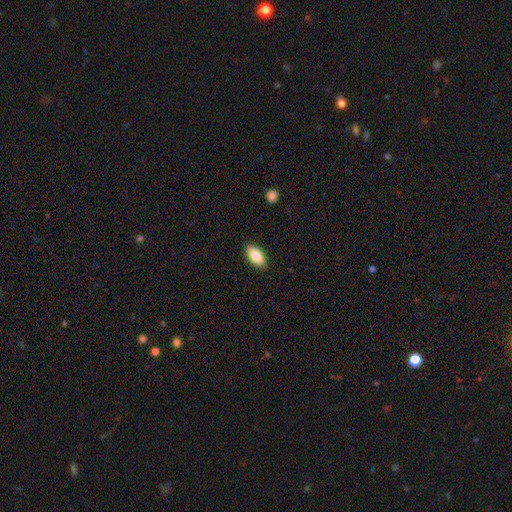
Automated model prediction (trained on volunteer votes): Smooth or featured? Predicted: smooth (p=0.84). How rounded? Predicted: in between (p=0.91). Merging? Predicted: none (p=0.89).